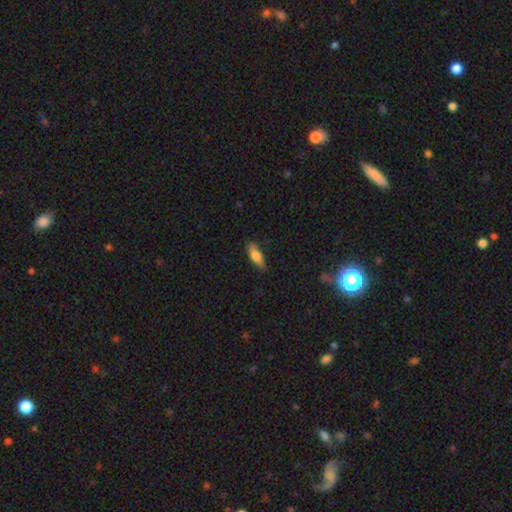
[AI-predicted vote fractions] Q: Smooth or featured?
A: smooth (72%); runner-up: featured or disk (22%)
Q: How rounded?
A: in between (63%); runner-up: cigar-shaped (35%)
Q: Merging?
A: none (74%); runner-up: minor disturbance (21%)